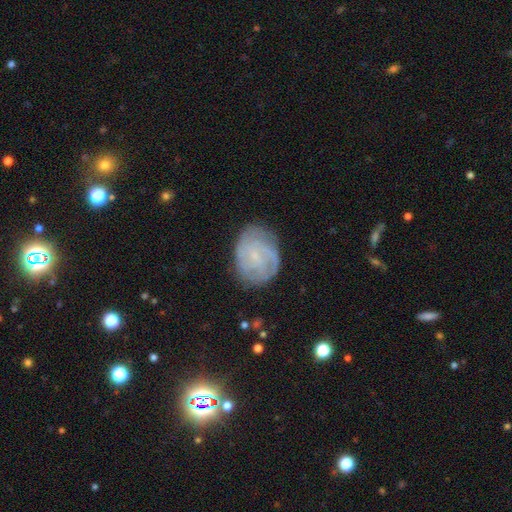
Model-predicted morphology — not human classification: Smooth or featured? featured or disk (69%)
Edge-on disk? no (98%)
Bar? no (59%)
Spiral arms? yes (90%)
Spiral winding? tight (58%)
Spiral arm count? can't tell (40%)
Bulge size? small (73%)
Merging? none (74%)